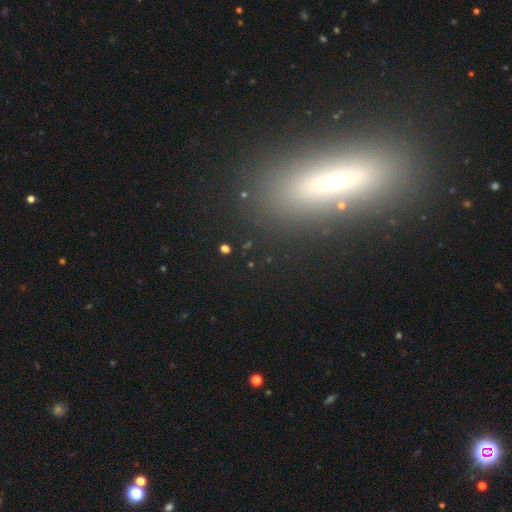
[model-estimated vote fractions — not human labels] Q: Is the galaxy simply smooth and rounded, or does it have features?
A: smooth — 47%.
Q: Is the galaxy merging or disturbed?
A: none — 84%.